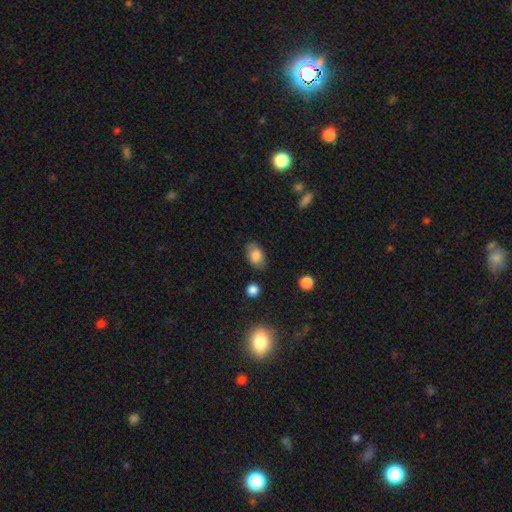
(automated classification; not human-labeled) Q: Smooth or featured?
A: smooth (81%); runner-up: featured or disk (11%)
Q: How rounded?
A: in between (89%); runner-up: round (9%)
Q: Merging?
A: none (77%); runner-up: minor disturbance (17%)